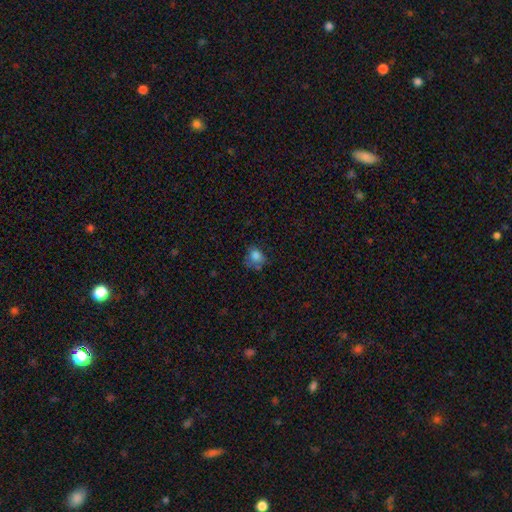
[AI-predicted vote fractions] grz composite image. It shows a smooth galaxy with no disk features (73%) that is round (59%). Merging: none (49%).